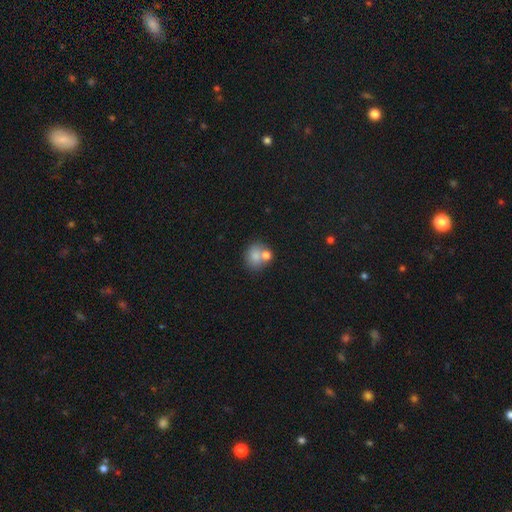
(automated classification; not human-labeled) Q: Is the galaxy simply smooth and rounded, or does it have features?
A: smooth — 77%.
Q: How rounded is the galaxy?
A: round — 69%.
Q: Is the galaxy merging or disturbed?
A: none — 47%.